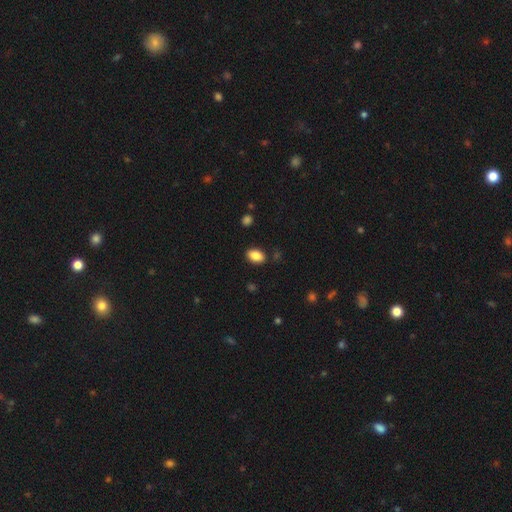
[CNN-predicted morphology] Smooth or featured? Predicted: smooth (p=0.88). How rounded? Predicted: in between (p=0.88). Merging? Predicted: none (p=0.87).